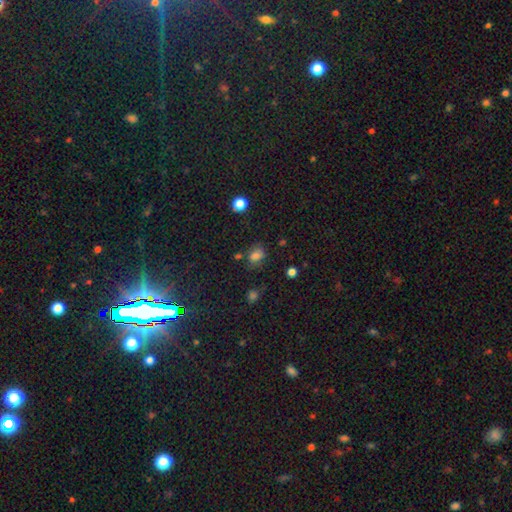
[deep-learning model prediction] Smooth or featured?
  - smooth: 74% *
  - star or artifact: 17%
  - featured or disk: 9%
How rounded?
  - in between: 67% *
  - round: 31%
  - cigar-shaped: 2%
Merging?
  - none: 63% *
  - minor disturbance: 21%
  - major disturbance: 8%
  - merger: 8%